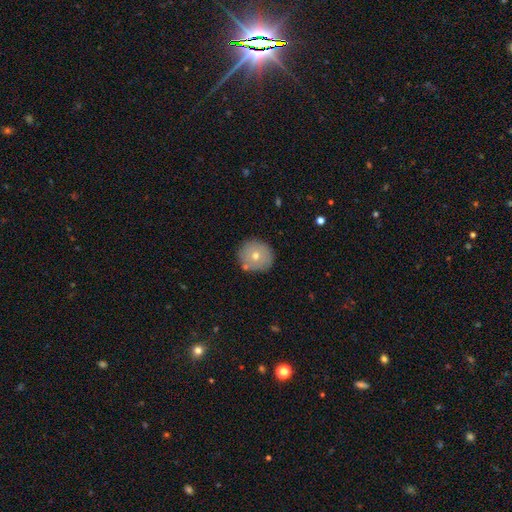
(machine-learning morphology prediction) This appears to be a smooth galaxy with no disk features (65%) that is round (93%). Merging: none (84%).